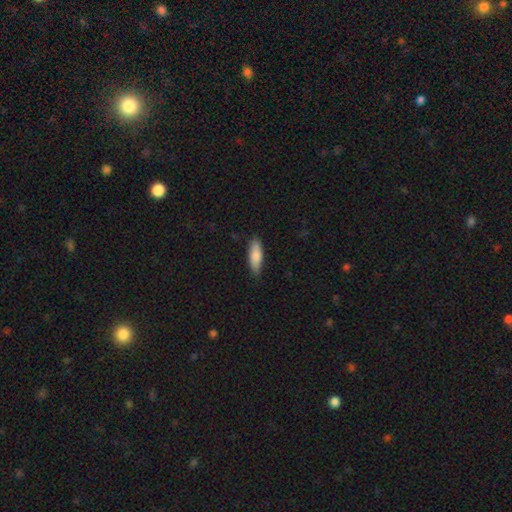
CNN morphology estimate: Smooth or featured?
  - smooth: 83% *
  - featured or disk: 11%
  - star or artifact: 6%
How rounded?
  - in between: 52% *
  - cigar-shaped: 46%
  - round: 2%
Merging?
  - none: 83% *
  - minor disturbance: 14%
  - major disturbance: 2%
  - merger: 1%